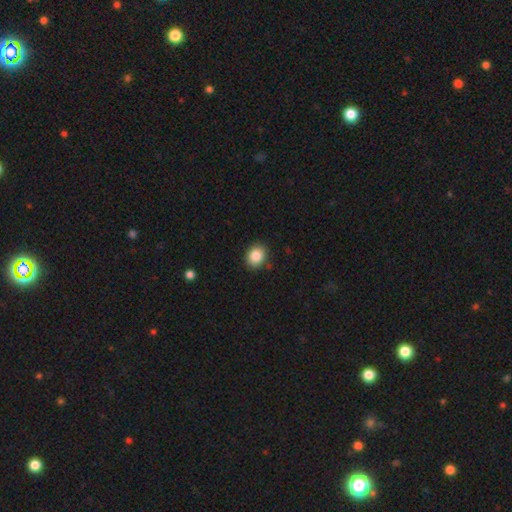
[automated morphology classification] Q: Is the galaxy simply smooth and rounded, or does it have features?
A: smooth — 85%.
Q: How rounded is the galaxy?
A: round — 60%.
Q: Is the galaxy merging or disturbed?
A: none — 88%.